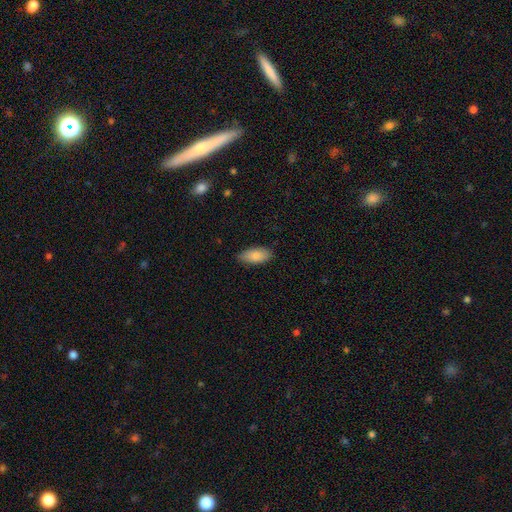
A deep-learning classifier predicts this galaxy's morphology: A smooth galaxy with no disk features (85%) that is in between round and cigar-shaped (91%). Merging: none (82%).